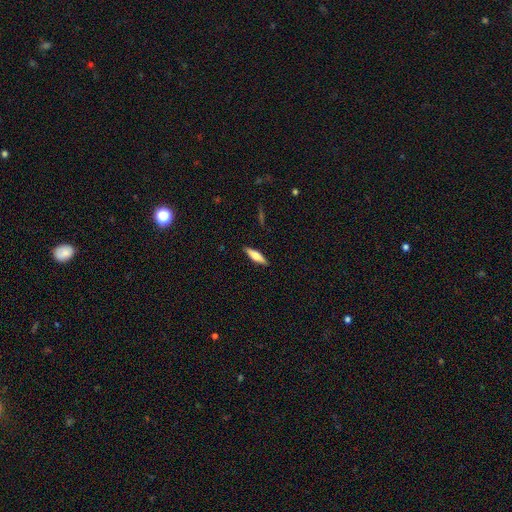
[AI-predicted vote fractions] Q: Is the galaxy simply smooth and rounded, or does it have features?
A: smooth — 56%.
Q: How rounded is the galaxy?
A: cigar-shaped — 65%.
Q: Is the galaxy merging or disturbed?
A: none — 89%.